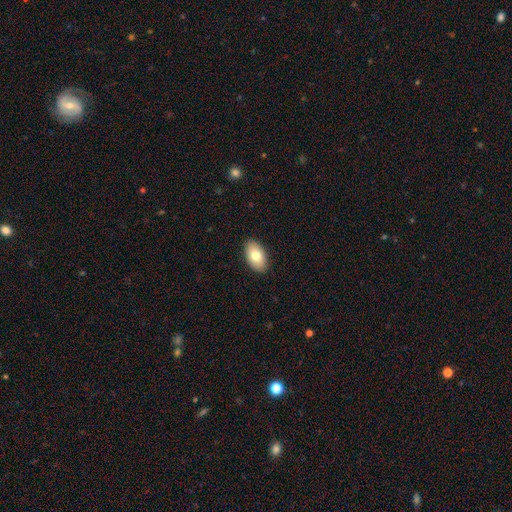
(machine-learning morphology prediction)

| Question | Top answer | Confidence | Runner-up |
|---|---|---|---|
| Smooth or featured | smooth | 78% | featured or disk (16%) |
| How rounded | in between | 93% | round (6%) |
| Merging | none | 89% | minor disturbance (9%) |